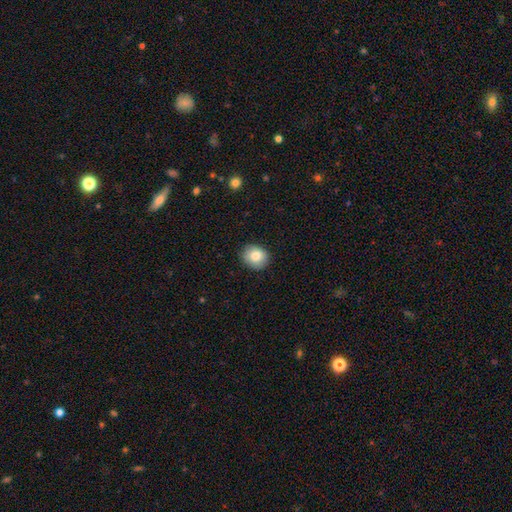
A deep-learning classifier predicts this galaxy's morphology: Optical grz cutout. It shows a smooth galaxy with no disk features (83%) that is round (67%). Merging: none (87%).